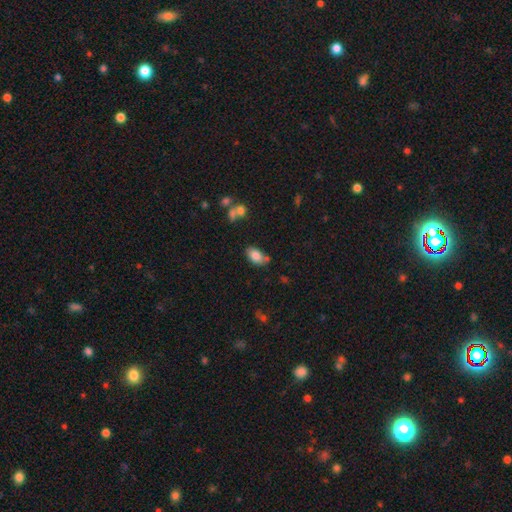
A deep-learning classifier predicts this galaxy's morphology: Q: Smooth or featured?
A: smooth (83%); runner-up: featured or disk (9%)
Q: How rounded?
A: in between (91%); runner-up: round (7%)
Q: Merging?
A: none (67%); runner-up: minor disturbance (20%)